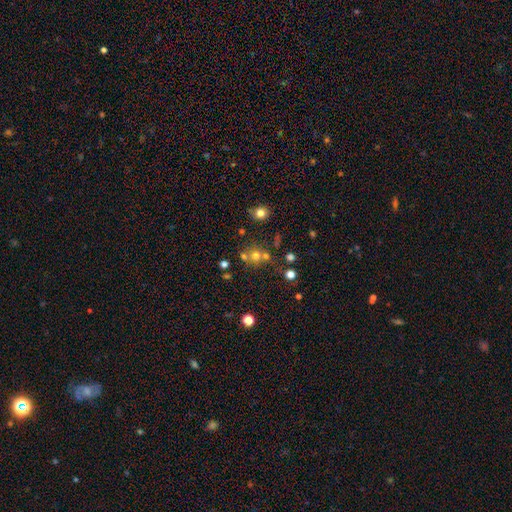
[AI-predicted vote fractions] smooth 63%, star or artifact 22%, featured or disk 14%. Down the decision tree: how rounded — round (86%); merging — none (53%).